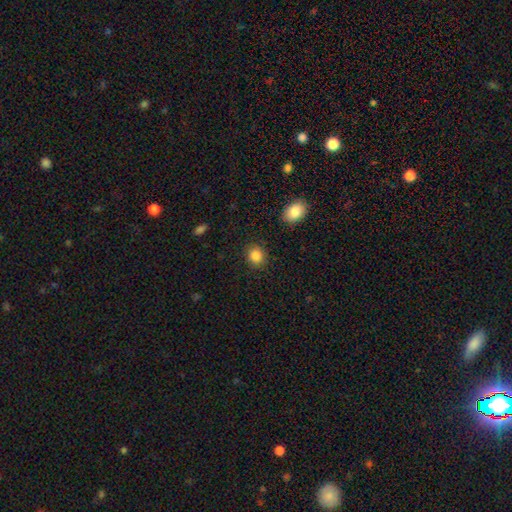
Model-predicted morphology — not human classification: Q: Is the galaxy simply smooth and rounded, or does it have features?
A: smooth — 86%.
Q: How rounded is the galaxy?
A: round — 77%.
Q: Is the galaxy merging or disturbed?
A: none — 89%.